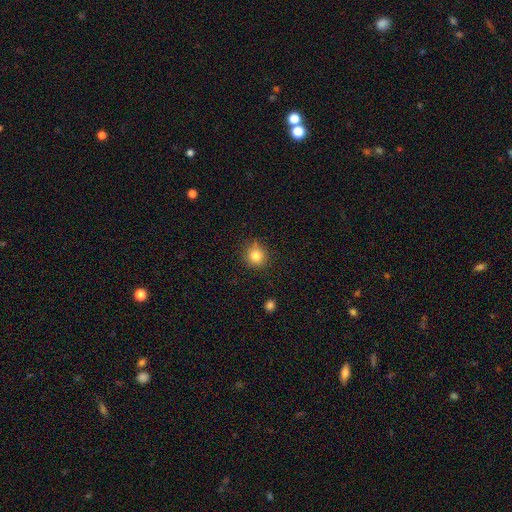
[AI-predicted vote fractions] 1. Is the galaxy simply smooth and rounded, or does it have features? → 82% smooth, 12% star or artifact, 7% featured or disk.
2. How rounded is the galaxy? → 89% round, 10% in between, 1% cigar-shaped.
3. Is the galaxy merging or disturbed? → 80% none, 15% minor disturbance, 3% major disturbance, 2% merger.